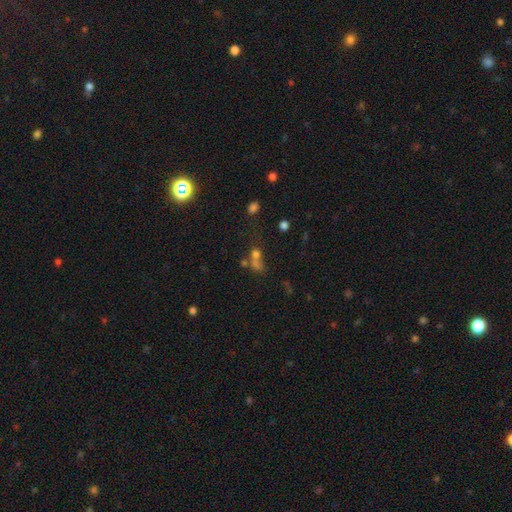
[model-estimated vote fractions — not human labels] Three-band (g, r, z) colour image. It shows a smooth galaxy with no disk features (57%) that is round (63%). Merging: merger (49%).